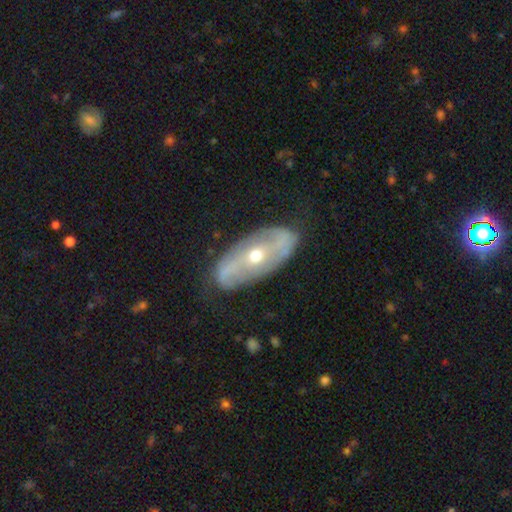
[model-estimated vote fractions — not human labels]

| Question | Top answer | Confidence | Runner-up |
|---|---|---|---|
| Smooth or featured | featured or disk | 76% | smooth (18%) |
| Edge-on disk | no | 87% | yes (13%) |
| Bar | no | 51% | weak (29%) |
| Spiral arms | yes | 71% | no (29%) |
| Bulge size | moderate | 64% | small (31%) |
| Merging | none | 78% | minor disturbance (16%) |